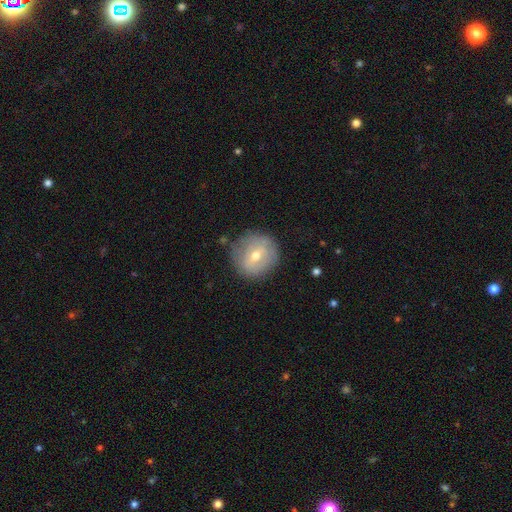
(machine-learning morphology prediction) Q: Smooth or featured?
A: smooth (48%); runner-up: featured or disk (44%)
Q: Merging?
A: none (80%); runner-up: minor disturbance (14%)